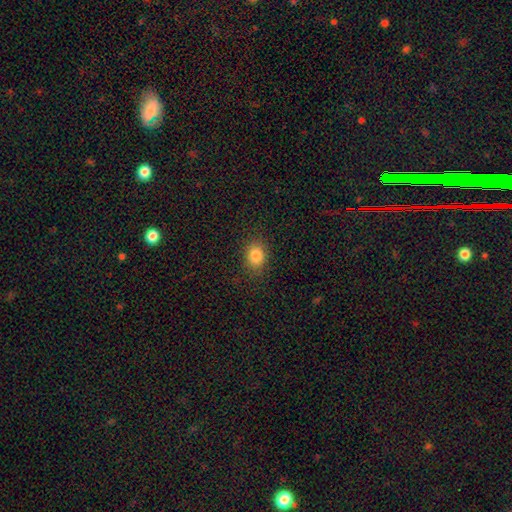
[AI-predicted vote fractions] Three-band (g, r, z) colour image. It shows a smooth galaxy with no disk features (84%) that is in between round and cigar-shaped (53%). Merging: none (85%).